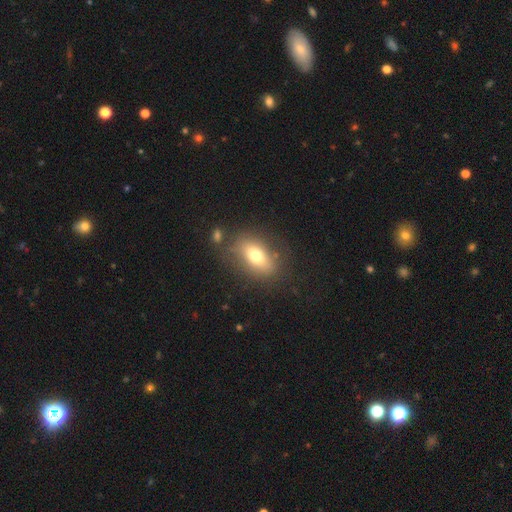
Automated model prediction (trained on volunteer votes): Morphology: type=smooth (70%); roundness=in between (80%); merging=none (73%).